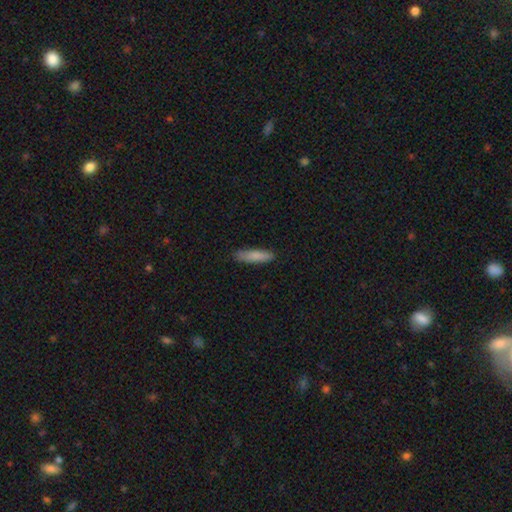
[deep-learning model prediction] Smooth or featured? smooth (83%)
How rounded? cigar-shaped (74%)
Merging? none (84%)